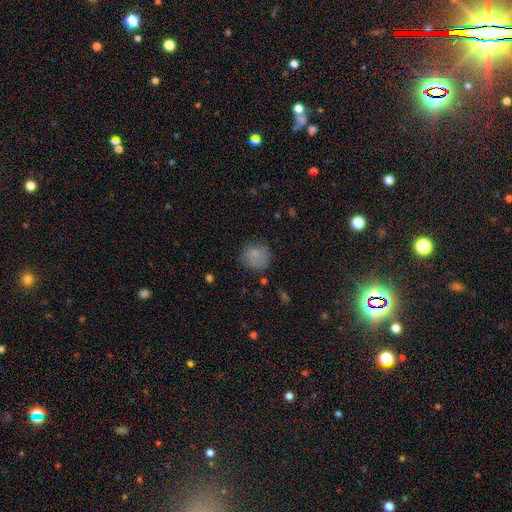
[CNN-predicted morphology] smooth-or-featured: smooth: 78% | featured or disk: 13% | star or artifact: 10%
  how-rounded: round: 86% | in between: 13% | cigar-shaped: 1%
  merging: none: 69% | minor disturbance: 20% | major disturbance: 7% | merger: 3%